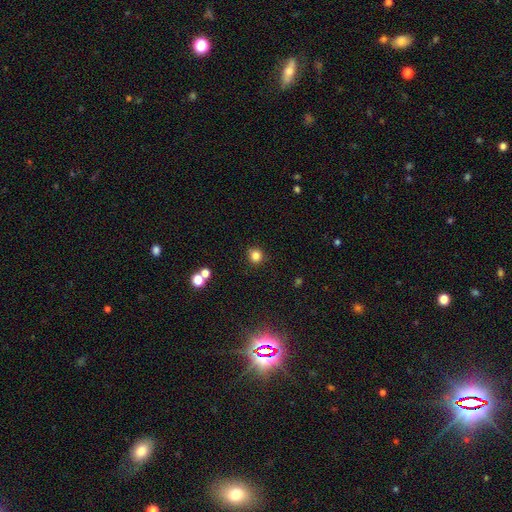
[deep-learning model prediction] Smooth or featured?
  - smooth: 82% *
  - star or artifact: 13%
  - featured or disk: 5%
How rounded?
  - round: 91% *
  - in between: 8%
  - cigar-shaped: 1%
Merging?
  - none: 88% *
  - minor disturbance: 7%
  - merger: 3%
  - major disturbance: 2%